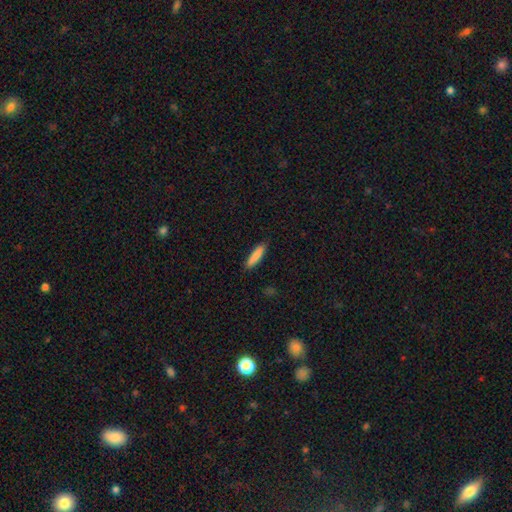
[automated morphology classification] This appears to be a smooth galaxy with no disk features (86%) that is cigar-shaped (81%). Merging: none (89%).